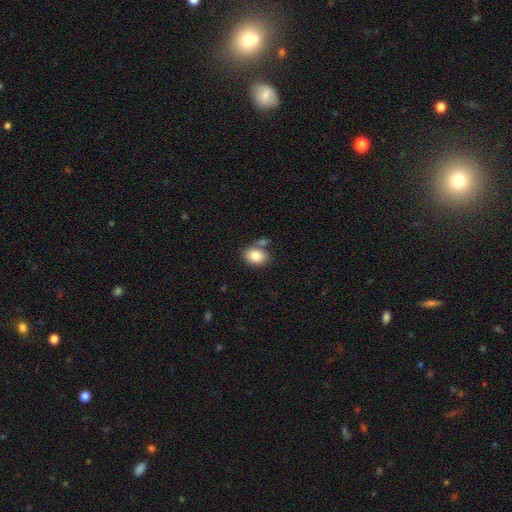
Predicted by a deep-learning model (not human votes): Morphology: type=smooth (83%); roundness=in between (74%); merging=none (65%).